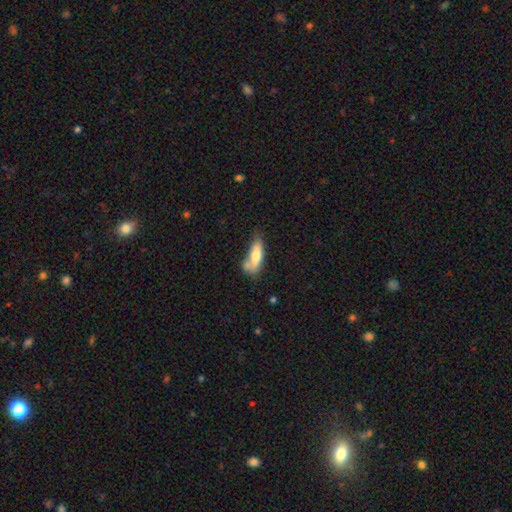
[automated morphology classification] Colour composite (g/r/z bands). It shows a smooth galaxy with no disk features (69%) that is in between round and cigar-shaped (63%). Merging: none (39%).